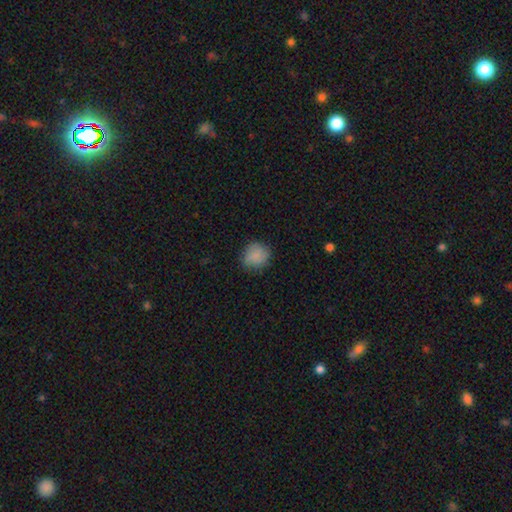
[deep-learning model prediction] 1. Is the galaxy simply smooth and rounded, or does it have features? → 85% smooth, 8% star or artifact, 7% featured or disk.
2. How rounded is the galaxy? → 82% round, 17% in between, 1% cigar-shaped.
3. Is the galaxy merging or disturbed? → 79% none, 16% minor disturbance, 4% major disturbance, 1% merger.